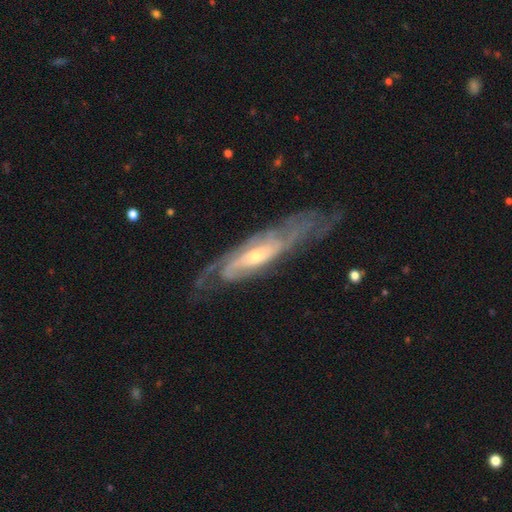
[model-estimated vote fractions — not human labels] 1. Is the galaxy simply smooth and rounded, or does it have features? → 86% featured or disk, 9% smooth, 6% star or artifact.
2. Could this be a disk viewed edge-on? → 77% no, 23% yes.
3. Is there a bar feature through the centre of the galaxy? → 50% no, 34% weak, 17% strong.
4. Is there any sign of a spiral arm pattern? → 93% yes, 7% no.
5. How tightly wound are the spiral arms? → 54% tight, 35% medium, 11% loose.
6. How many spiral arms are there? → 38% can't tell, 37% 2, 11% 3, 5% 4, 5% 1, 4% more than 4.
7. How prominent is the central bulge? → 51% small, 44% moderate, 3% large, 1% none, 1% dominant.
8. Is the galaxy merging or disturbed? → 67% none, 20% minor disturbance, 11% major disturbance, 2% merger.